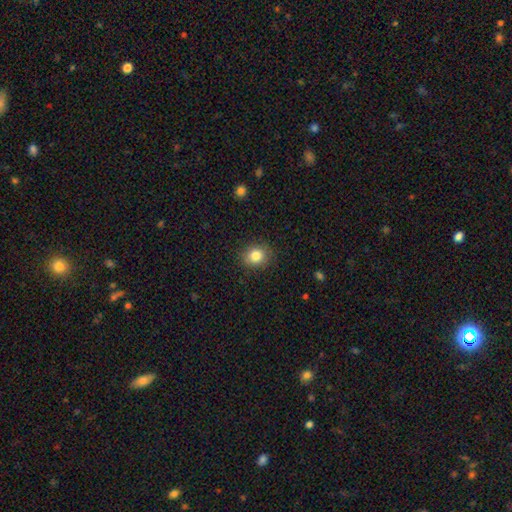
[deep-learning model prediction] This is clearly a smooth galaxy (82%). How rounded: likely round (71%). Merging: clearly none (88%).